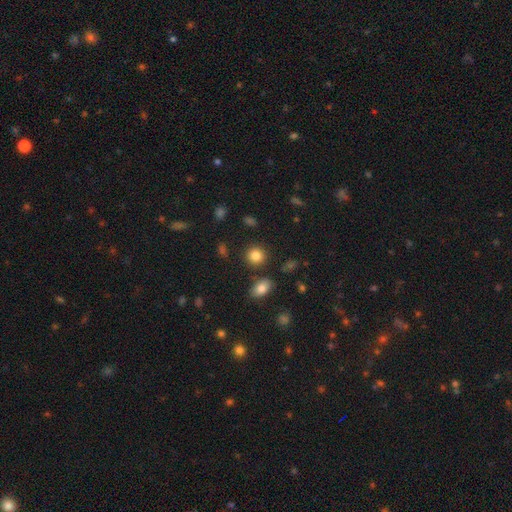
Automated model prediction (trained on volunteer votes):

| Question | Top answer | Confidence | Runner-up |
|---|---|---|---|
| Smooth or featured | smooth | 84% | star or artifact (10%) |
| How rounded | round | 86% | in between (13%) |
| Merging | none | 86% | minor disturbance (7%) |